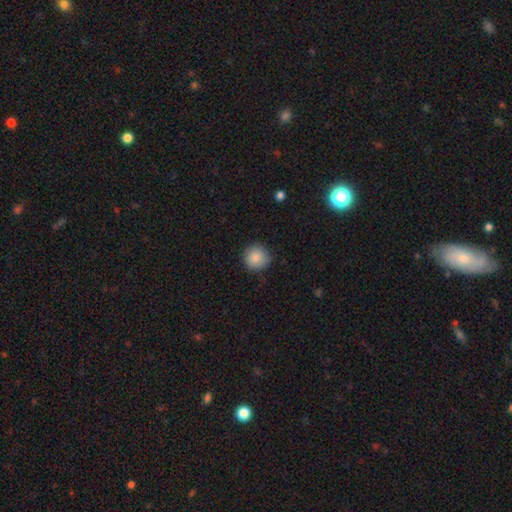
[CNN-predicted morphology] A smooth galaxy with no disk features (88%) that is round (94%). Merging: none (86%).